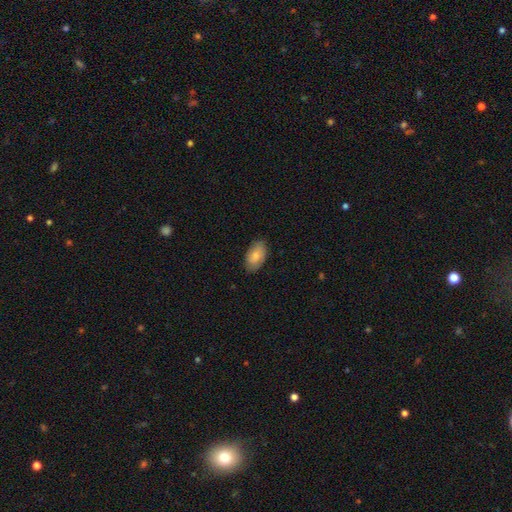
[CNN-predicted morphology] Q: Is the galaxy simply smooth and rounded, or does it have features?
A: smooth — 82%.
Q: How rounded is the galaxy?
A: in between — 94%.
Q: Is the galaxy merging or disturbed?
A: none — 83%.